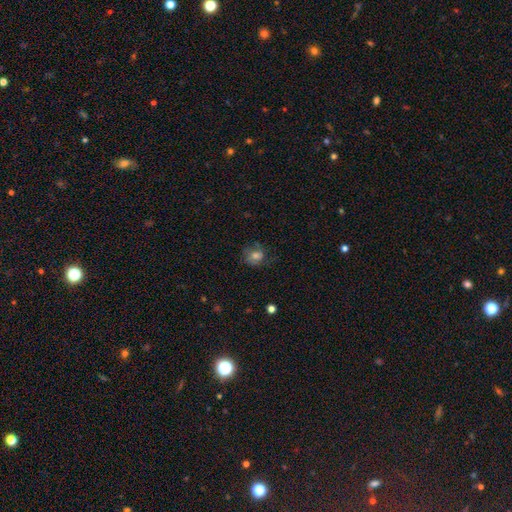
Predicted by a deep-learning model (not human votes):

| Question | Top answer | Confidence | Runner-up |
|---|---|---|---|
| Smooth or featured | smooth | 56% | featured or disk (28%) |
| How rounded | round | 62% | in between (37%) |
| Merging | none | 61% | minor disturbance (22%) |